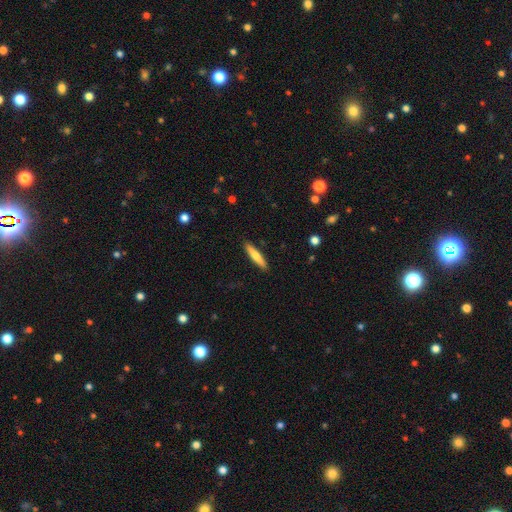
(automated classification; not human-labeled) Smooth or featured? smooth (62%)
How rounded? cigar-shaped (87%)
Merging? none (90%)